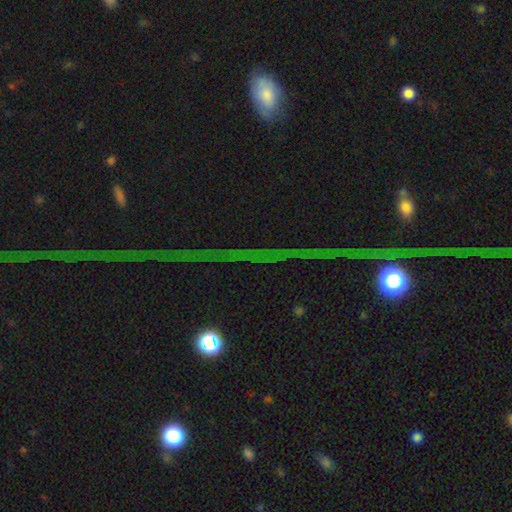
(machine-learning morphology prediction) Q: Smooth or featured?
A: star or artifact (70%); runner-up: featured or disk (18%)